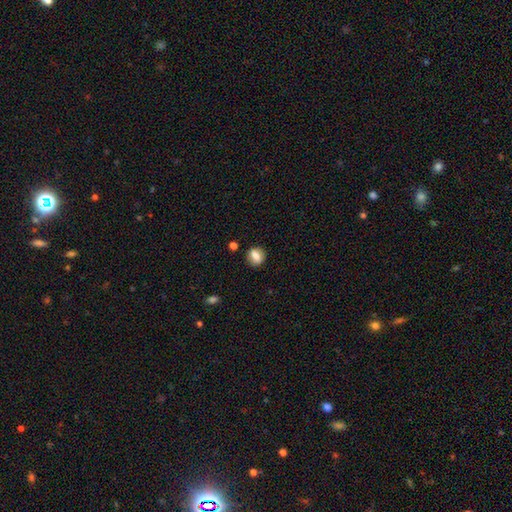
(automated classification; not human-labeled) smooth_or_featured: smooth (p=0.75) [alt: featured or disk p=0.16]
how_rounded: round (p=0.59) [alt: in between p=0.39]
merging: none (p=0.82) [alt: minor disturbance p=0.11]